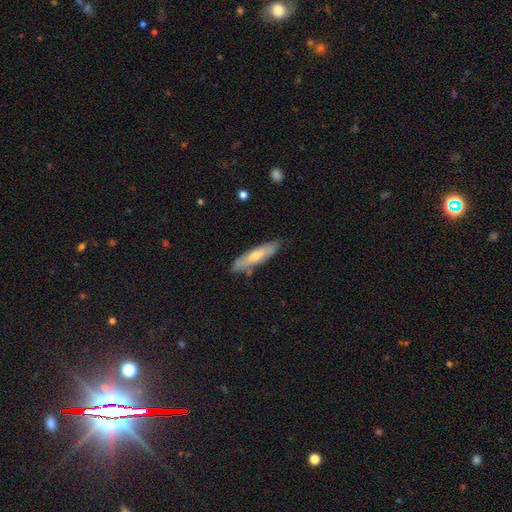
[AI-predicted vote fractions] Overall: smooth (52%; featured or disk 41%). How rounded: cigar-shaped (73%). Merging: none (79%).